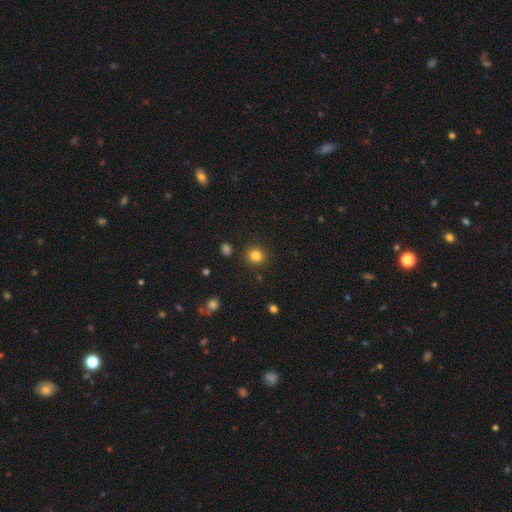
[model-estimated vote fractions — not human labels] Smooth or featured? Predicted: smooth (p=0.82). How rounded? Predicted: round (p=0.85). Merging? Predicted: none (p=0.88).